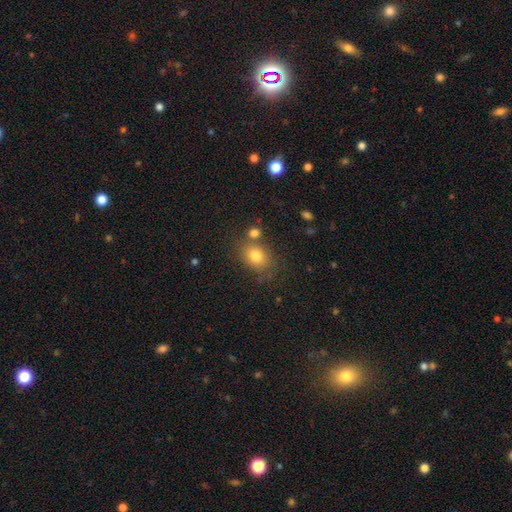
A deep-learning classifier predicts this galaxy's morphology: Smooth or featured: smooth — 80% (star or artifact — 11%)
How rounded: in between — 56% (round — 43%)
Merging: none — 66% (merger — 15%)